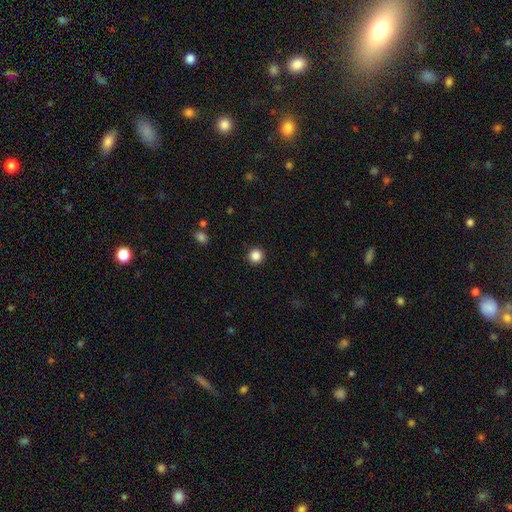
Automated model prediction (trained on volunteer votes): Smooth or featured: smooth — 86% (star or artifact — 11%)
How rounded: round — 96% (in between — 3%)
Merging: none — 93% (minor disturbance — 5%)